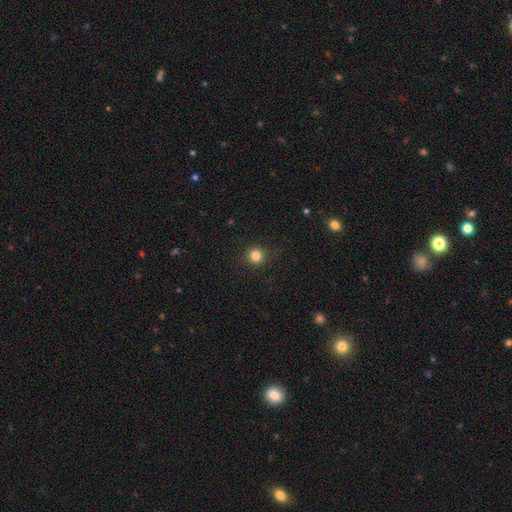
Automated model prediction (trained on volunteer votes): This is clearly a smooth galaxy (83%). How rounded: clearly round (94%). Merging: clearly none (91%).